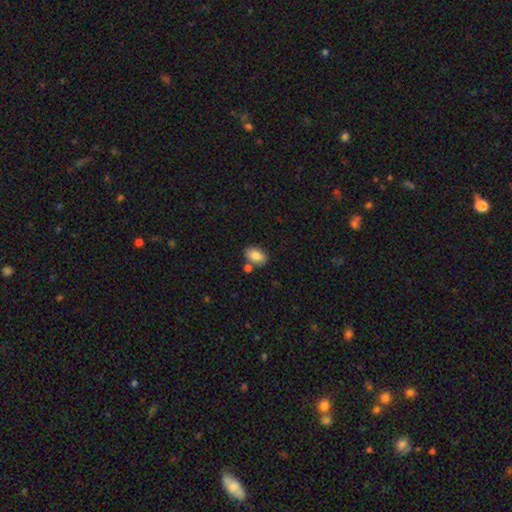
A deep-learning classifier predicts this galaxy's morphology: Overall: smooth (83%). How rounded: in between (87%). Merging: none (73%).